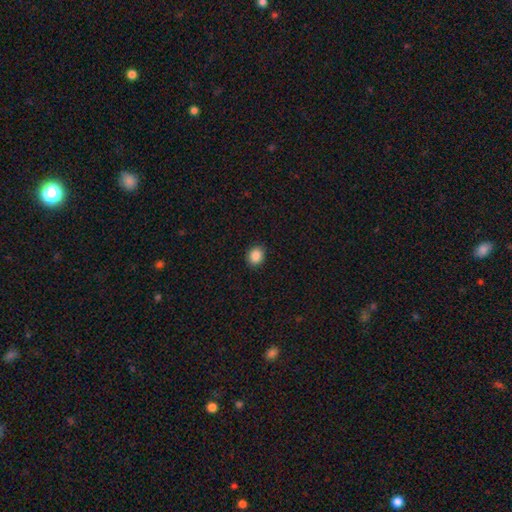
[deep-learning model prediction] A smooth galaxy with no disk features (88%) that is round (71%).

Vote fractions:
- Smooth or featured? smooth: 88% / star or artifact: 9% / featured or disk: 3%
- How rounded? round: 71% / in between: 28% / cigar-shaped: 1%
- Merging? none: 90% / minor disturbance: 7% / major disturbance: 2% / merger: 1%